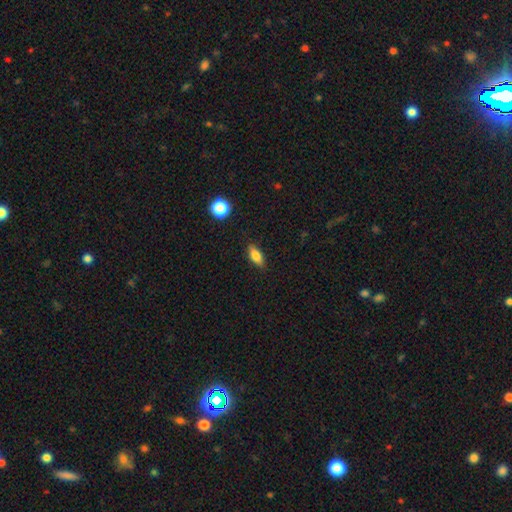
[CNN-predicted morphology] This is likely a smooth galaxy (79%). How rounded: likely in between (79%). Merging: clearly none (86%).